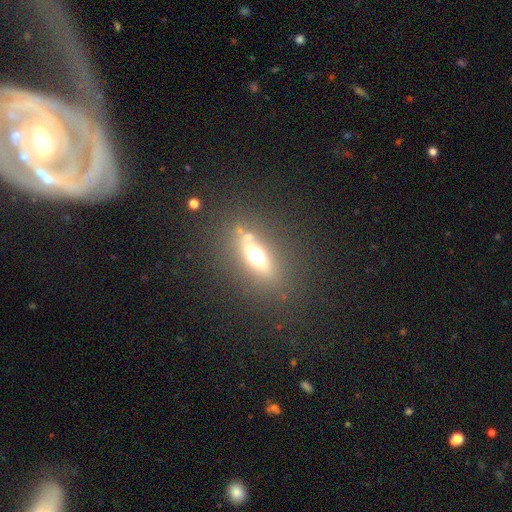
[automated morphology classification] The model was most divided on "smooth or featured": smooth: 48%, featured or disk: 33%, star or artifact: 19%. More confident: merging — none (76%).